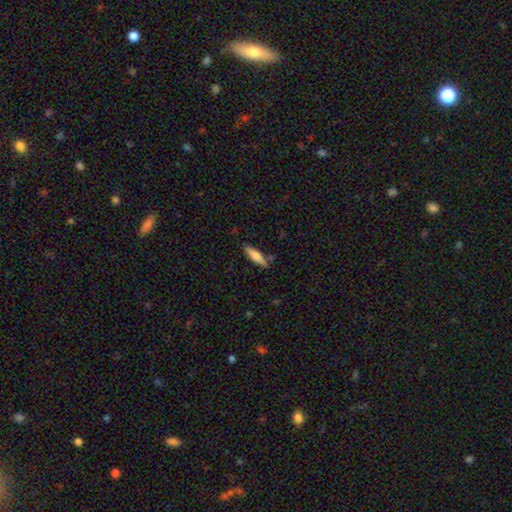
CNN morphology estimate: Q: Smooth or featured?
A: smooth (71%); runner-up: featured or disk (23%)
Q: How rounded?
A: cigar-shaped (69%); runner-up: in between (29%)
Q: Merging?
A: none (81%); runner-up: minor disturbance (12%)